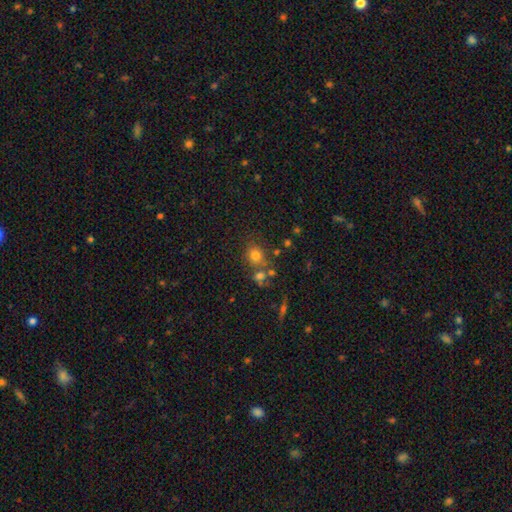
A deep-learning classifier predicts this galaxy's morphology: smooth-or-featured: smooth: 73% | star or artifact: 17% | featured or disk: 11%
  how-rounded: round: 71% | in between: 27% | cigar-shaped: 1%
  merging: none: 60% | merger: 23% | minor disturbance: 12% | major disturbance: 5%